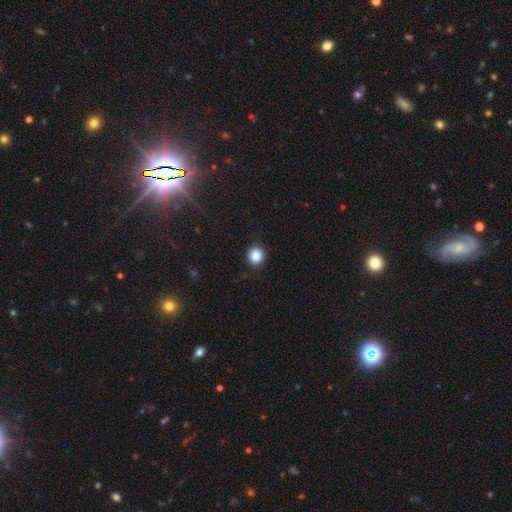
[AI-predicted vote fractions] smooth_or_featured: smooth (p=0.85) [alt: star or artifact p=0.11]
how_rounded: round (p=0.87) [alt: in between p=0.12]
merging: none (p=0.91) [alt: minor disturbance p=0.06]